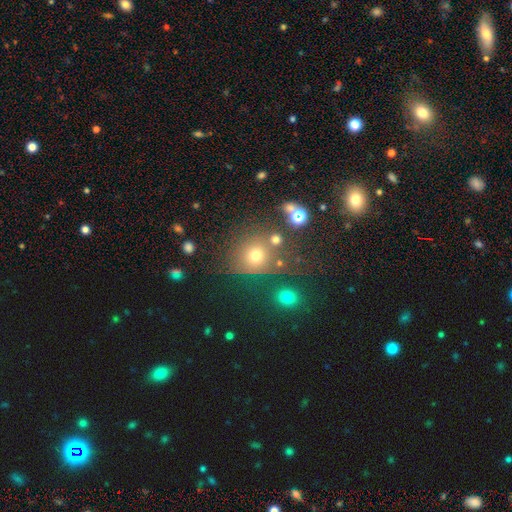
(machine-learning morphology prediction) This is likely a smooth galaxy (65%). How rounded: clearly round (82%). Merging: likely none (64%).